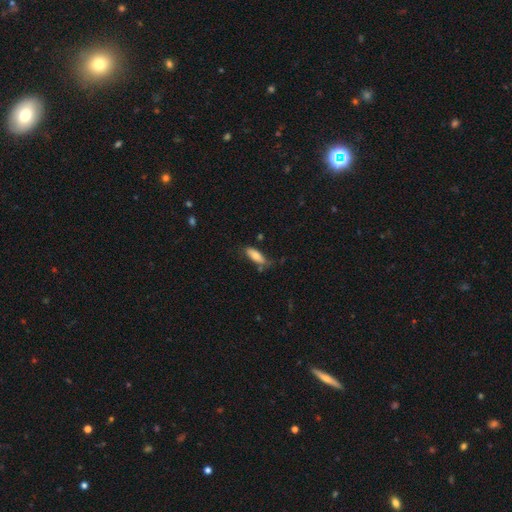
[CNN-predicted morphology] Smooth or featured: smooth — 73% (featured or disk — 20%)
How rounded: in between — 63% (cigar-shaped — 35%)
Merging: none — 62% (minor disturbance — 26%)